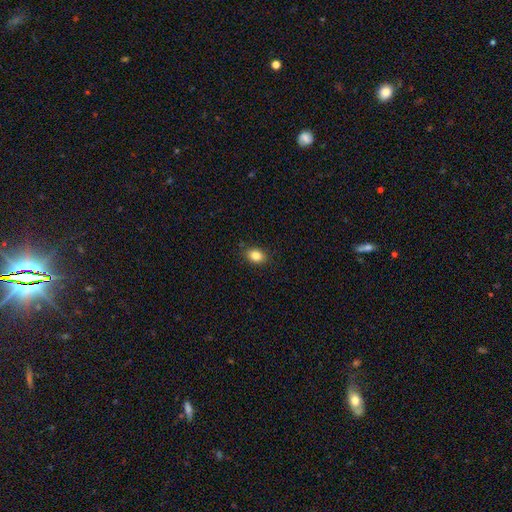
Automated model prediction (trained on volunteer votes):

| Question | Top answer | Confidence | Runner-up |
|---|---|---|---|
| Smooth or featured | smooth | 84% | star or artifact (10%) |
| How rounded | in between | 70% | round (29%) |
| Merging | none | 87% | minor disturbance (10%) |